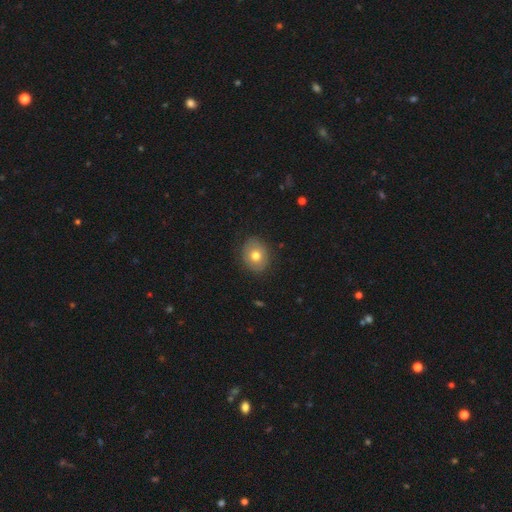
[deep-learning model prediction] Smooth or featured? Predicted: smooth (p=0.71). How rounded? Predicted: round (p=0.62). Merging? Predicted: none (p=0.86).